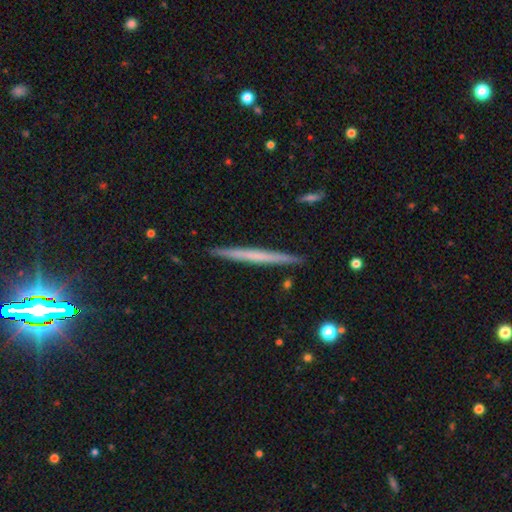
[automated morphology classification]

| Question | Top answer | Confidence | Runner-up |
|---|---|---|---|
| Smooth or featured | featured or disk | 49% | smooth (45%) |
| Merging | none | 92% | minor disturbance (6%) |